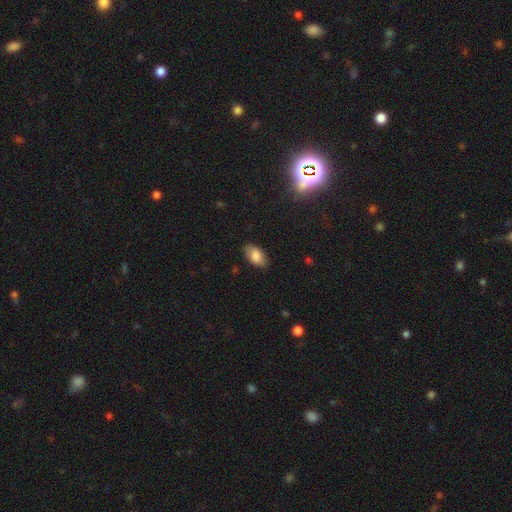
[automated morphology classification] A smooth galaxy with no disk features (83%) that is in between round and cigar-shaped (94%).

Vote fractions:
- Smooth or featured? smooth: 83% / featured or disk: 9% / star or artifact: 8%
- How rounded? in between: 94% / round: 4% / cigar-shaped: 2%
- Merging? none: 85% / minor disturbance: 12% / major disturbance: 2% / merger: 1%